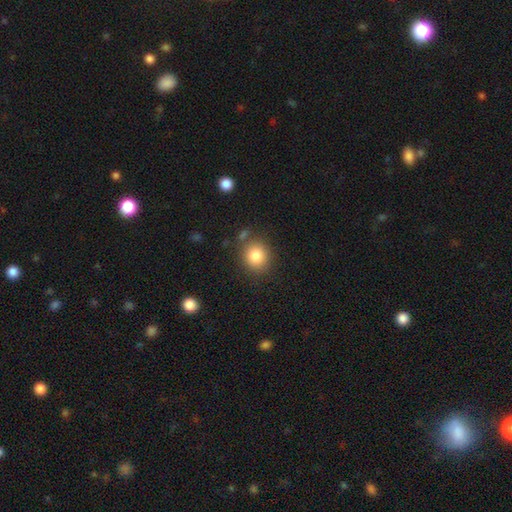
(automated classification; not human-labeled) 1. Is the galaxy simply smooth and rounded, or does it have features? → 83% smooth, 10% star or artifact, 7% featured or disk.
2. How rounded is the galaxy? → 84% round, 15% in between, 1% cigar-shaped.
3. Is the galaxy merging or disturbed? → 80% none, 11% minor disturbance, 6% merger, 4% major disturbance.